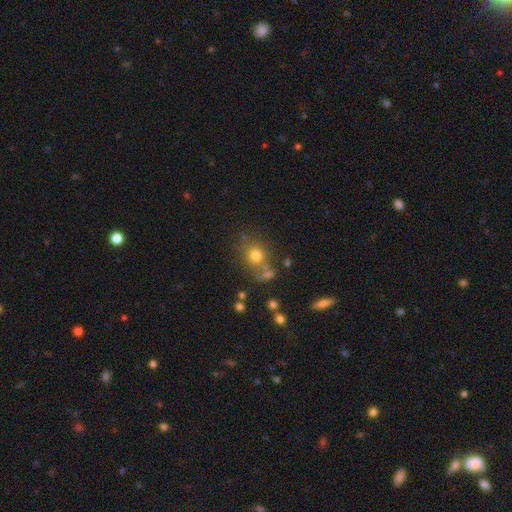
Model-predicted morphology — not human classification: smooth-or-featured: smooth: 74% | star or artifact: 16% | featured or disk: 10%
  how-rounded: round: 81% | in between: 18% | cigar-shaped: 1%
  merging: none: 69% | merger: 13% | minor disturbance: 12% | major disturbance: 5%